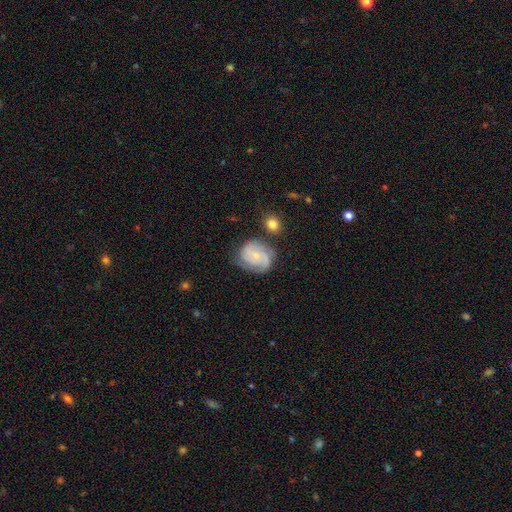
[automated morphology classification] Overall: featured or disk (75%). Edge-on disk: no (98%). Bar: no (66%; weak 30%). Spiral arms: yes (94%). Spiral arm count: 3 (36%; 2 30%). Spiral winding: tight (50%; medium 38%). Bulge size: small (72%). Merging: none (67%).